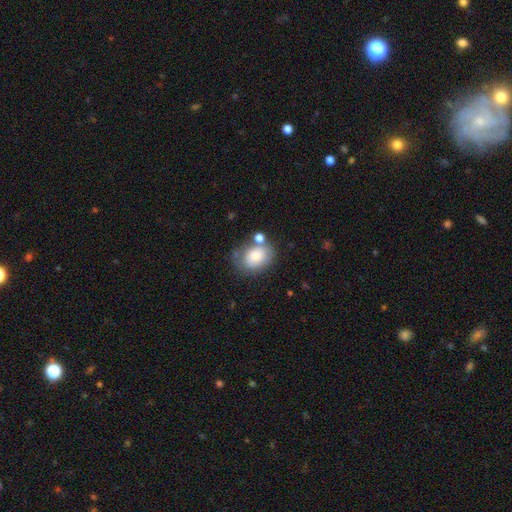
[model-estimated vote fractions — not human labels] Q: Smooth or featured?
A: smooth (76%); runner-up: featured or disk (16%)
Q: How rounded?
A: in between (66%); runner-up: round (33%)
Q: Merging?
A: none (54%); runner-up: minor disturbance (20%)